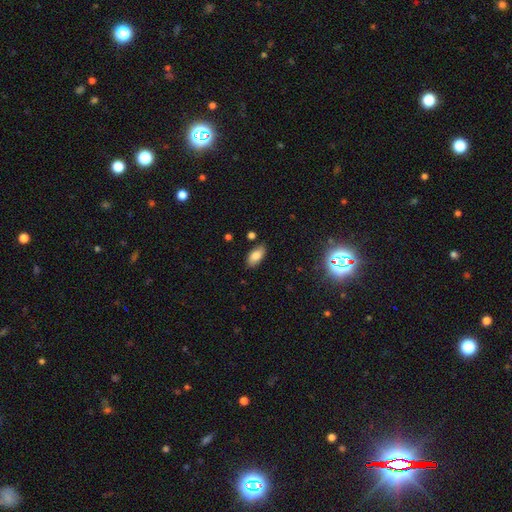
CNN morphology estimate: A smooth galaxy with no disk features (79%) that is in between round and cigar-shaped (92%). Merging: none (81%).